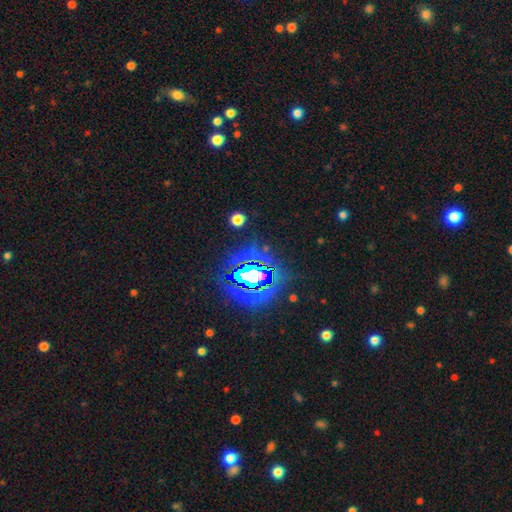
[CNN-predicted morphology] A star or artifact, not a galaxy (85%).

Vote fractions:
- Smooth or featured? star or artifact: 85% / smooth: 8% / featured or disk: 6%